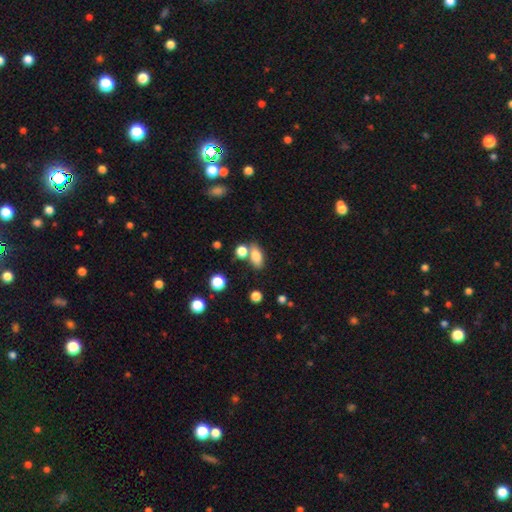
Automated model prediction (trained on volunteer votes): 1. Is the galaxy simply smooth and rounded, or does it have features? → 79% smooth, 11% featured or disk, 10% star or artifact.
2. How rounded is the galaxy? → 84% in between, 10% round, 6% cigar-shaped.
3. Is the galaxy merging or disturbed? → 60% none, 22% merger, 13% minor disturbance, 4% major disturbance.